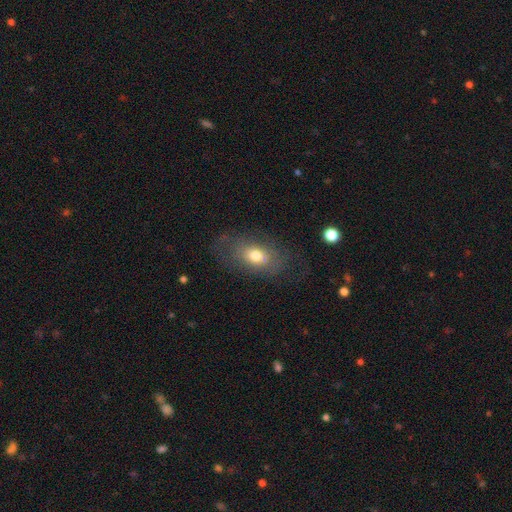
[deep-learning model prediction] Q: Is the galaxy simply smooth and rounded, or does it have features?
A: smooth — 66%.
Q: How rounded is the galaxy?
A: in between — 82%.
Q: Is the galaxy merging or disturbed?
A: none — 63%.